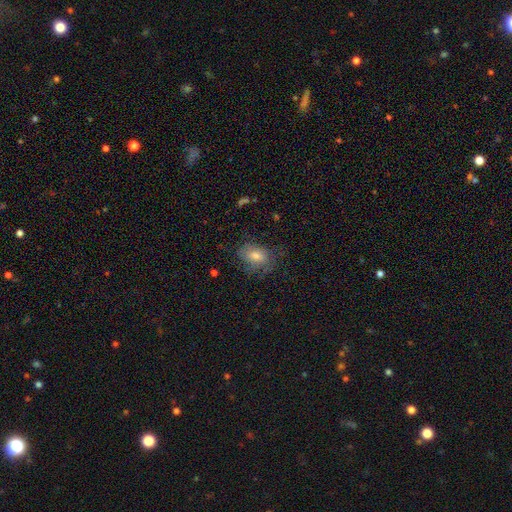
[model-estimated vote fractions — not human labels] The model was most divided on "smooth or featured": smooth: 52%, featured or disk: 35%, star or artifact: 13%. More confident: how rounded — in between (70%); merging — none (64%).